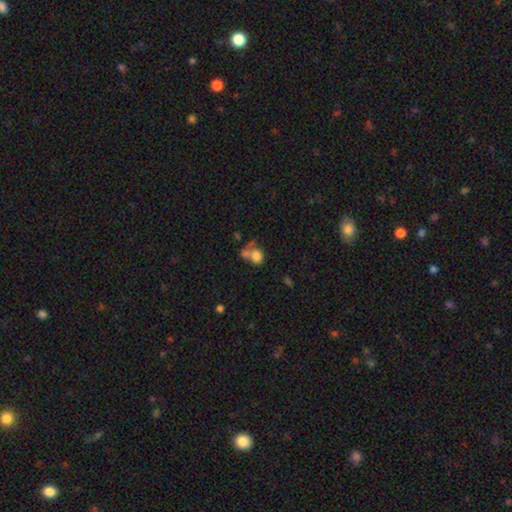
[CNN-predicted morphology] smooth-or-featured: smooth: 74% | featured or disk: 14% | star or artifact: 11%
  how-rounded: in between: 56% | round: 43% | cigar-shaped: 1%
  merging: merger: 53% | none: 26% | major disturbance: 11% | minor disturbance: 11%